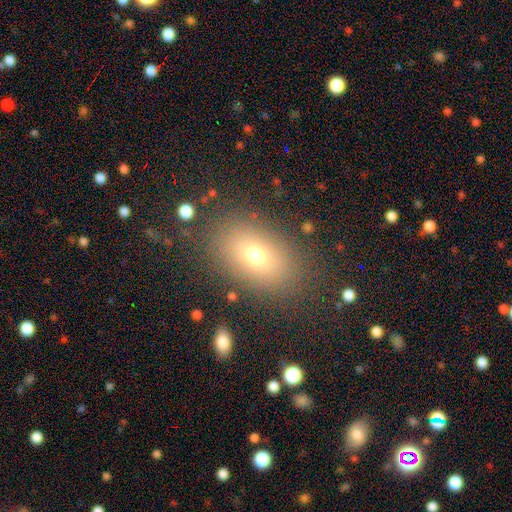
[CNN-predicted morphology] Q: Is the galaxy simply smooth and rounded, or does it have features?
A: smooth — 70%.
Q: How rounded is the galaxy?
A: in between — 82%.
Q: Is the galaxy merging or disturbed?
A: none — 83%.